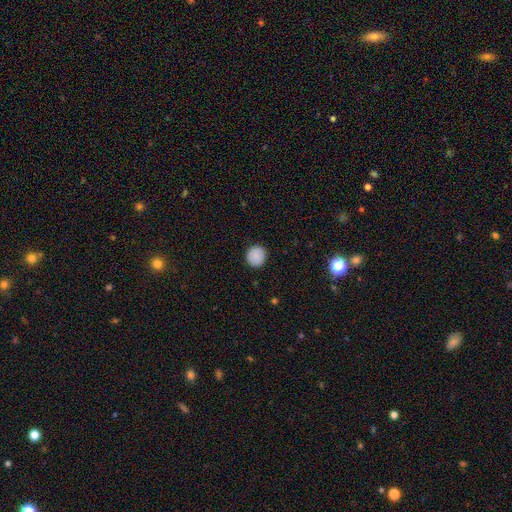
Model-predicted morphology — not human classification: smooth 88%, star or artifact 8%, featured or disk 4%. Down the decision tree: how rounded — round (92%); merging — none (91%).